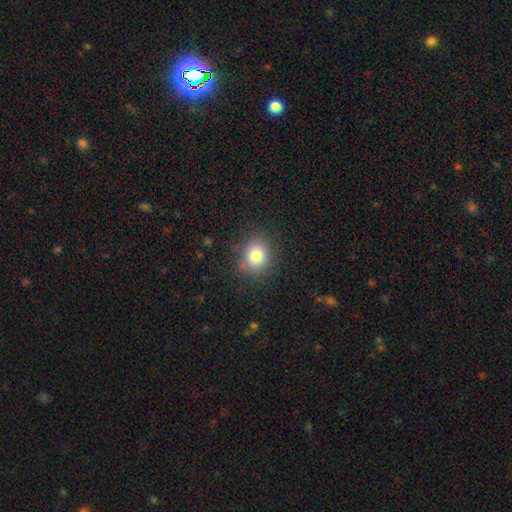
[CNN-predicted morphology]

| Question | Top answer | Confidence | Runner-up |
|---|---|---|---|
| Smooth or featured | smooth | 76% | star or artifact (17%) |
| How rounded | round | 74% | in between (25%) |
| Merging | none | 90% | minor disturbance (7%) |